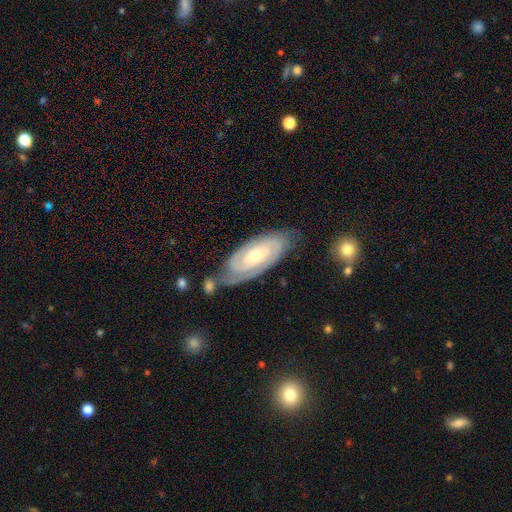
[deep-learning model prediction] This is clearly a featured or disk galaxy (84%). It is clearly not viewed edge-on (94%). Bar: likely no (63%). Spiral arm pattern: clearly yes (96%). Spiral arm count: likely 2 (65%). Spiral winding: likely tight (77%). Central bulge: possibly small (50%). Merging: likely none (69%).